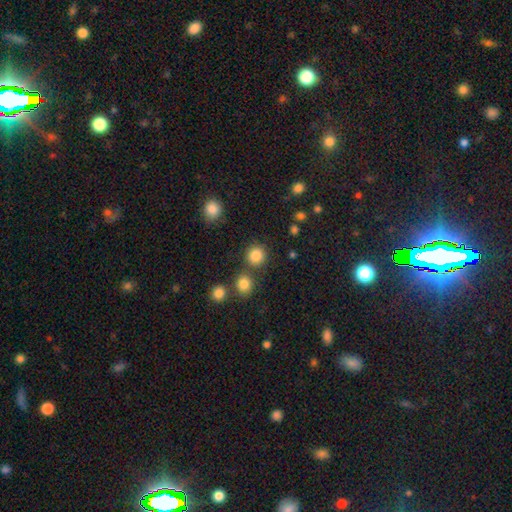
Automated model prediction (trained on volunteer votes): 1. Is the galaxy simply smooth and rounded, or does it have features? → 84% smooth, 12% star or artifact, 4% featured or disk.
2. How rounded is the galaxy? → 91% round, 8% in between, 1% cigar-shaped.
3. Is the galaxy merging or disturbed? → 80% none, 10% merger, 7% minor disturbance, 3% major disturbance.